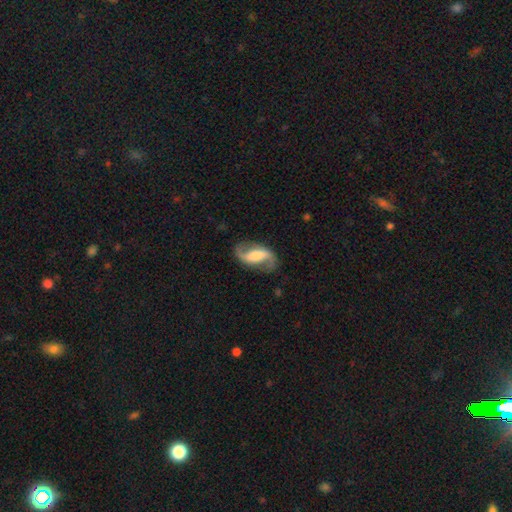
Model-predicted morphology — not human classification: featured or disk 84%, smooth 11%, star or artifact 5%. Down the decision tree: edge-on disk — no (96%); bar — strong (39%); spiral arms — yes (95%); spiral arm count — 2 (93%); spiral winding — loose (57%); bulge size — moderate (37%); merging — none (80%).